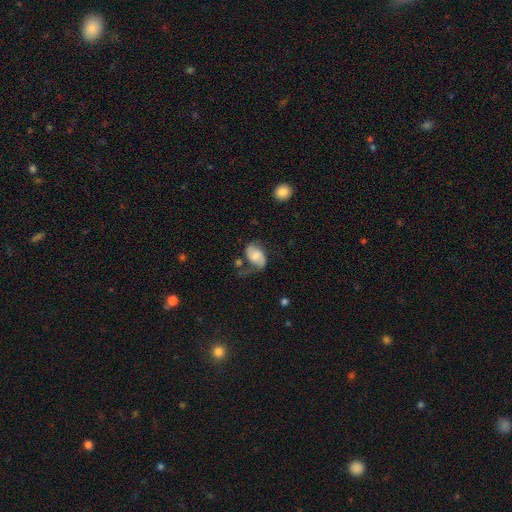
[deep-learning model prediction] This is possibly a featured or disk galaxy (51%). It is clearly not viewed edge-on (97%). Merging: marginally none (42%).